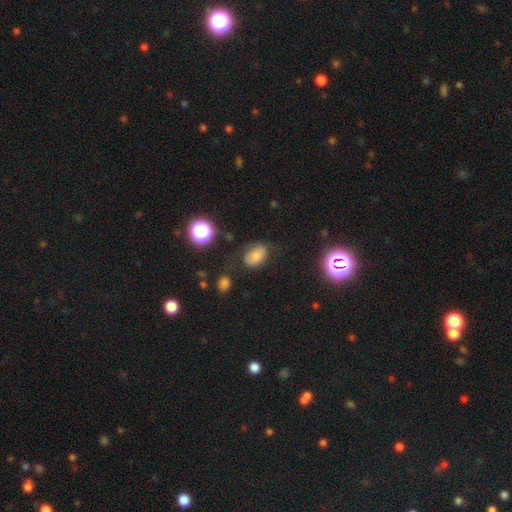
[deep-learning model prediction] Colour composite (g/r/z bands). It shows a smooth galaxy with no disk features (64%) that is in between round and cigar-shaped (78%). Merging: none (67%).